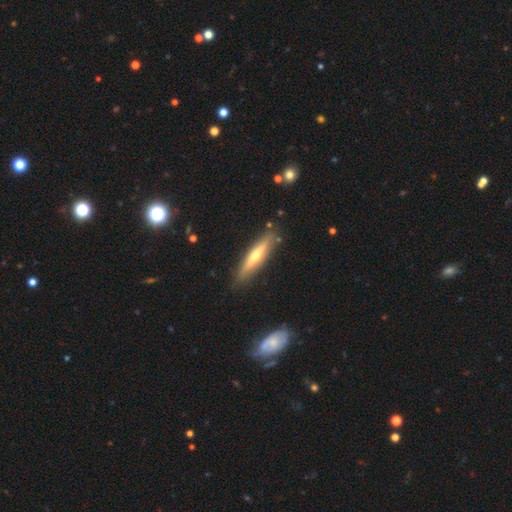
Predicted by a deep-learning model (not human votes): Smooth or featured: featured or disk — 53% (smooth — 41%)
Edge-on disk: yes — 90% (no — 10%)
Merging: none — 85% (minor disturbance — 10%)